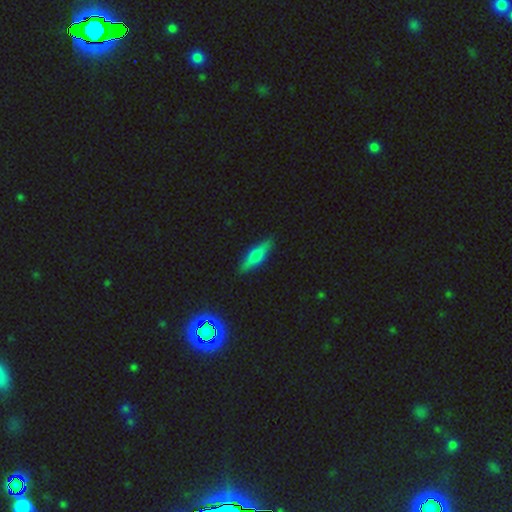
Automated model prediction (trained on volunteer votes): The model was most divided on "how rounded": cigar-shaped: 56%, in between: 41%, round: 3%. More confident: merging — none (87%); smooth or featured — smooth (58%).